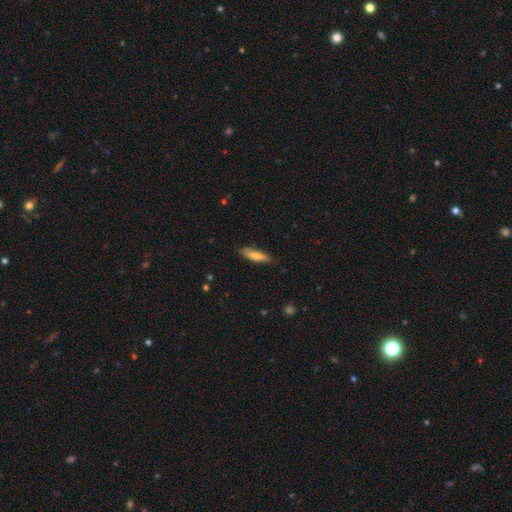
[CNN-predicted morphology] smooth_or_featured: smooth (p=0.65) [alt: featured or disk p=0.29]
how_rounded: cigar-shaped (p=0.70) [alt: in between p=0.28]
merging: none (p=0.78) [alt: minor disturbance p=0.17]